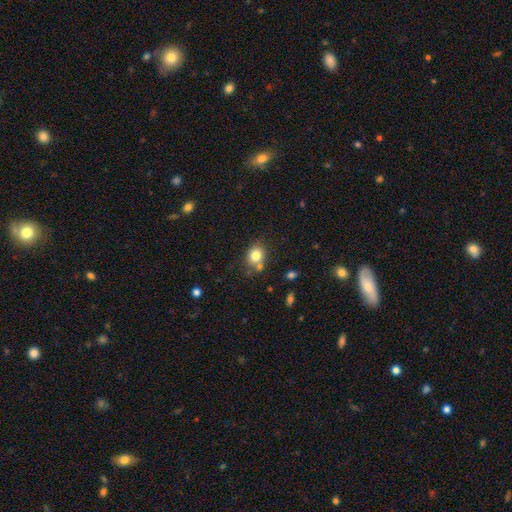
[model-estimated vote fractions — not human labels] smooth 80%, star or artifact 11%, featured or disk 9%. Down the decision tree: how rounded — round (59%); merging — none (67%).